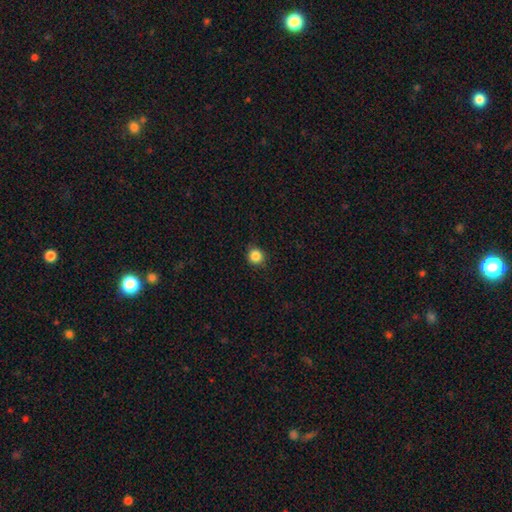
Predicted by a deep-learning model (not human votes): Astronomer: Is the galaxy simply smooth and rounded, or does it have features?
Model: smooth — 86%.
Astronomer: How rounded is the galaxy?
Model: round — 92%.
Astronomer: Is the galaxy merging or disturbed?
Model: none — 89%.